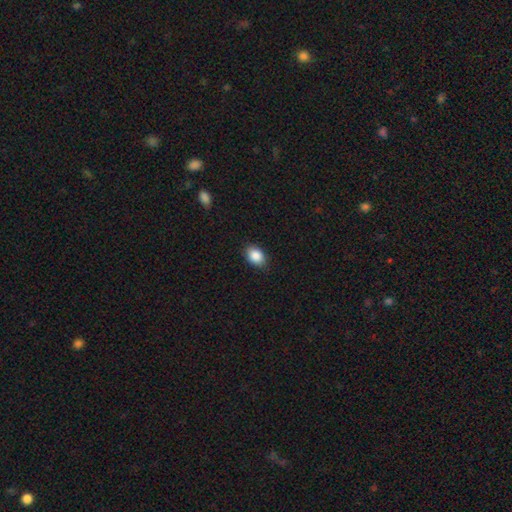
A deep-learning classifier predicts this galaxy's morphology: Smooth or featured? smooth (87%)
How rounded? in between (80%)
Merging? none (87%)